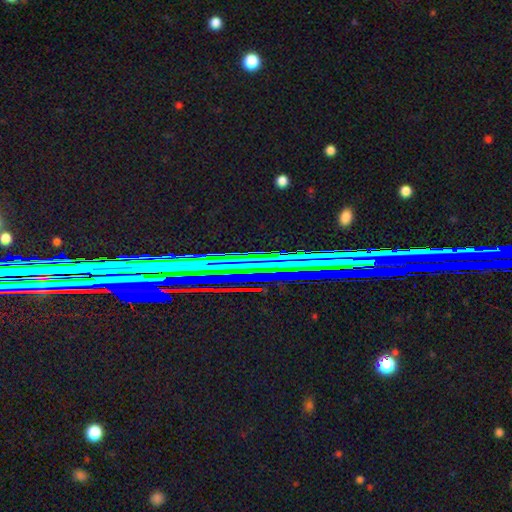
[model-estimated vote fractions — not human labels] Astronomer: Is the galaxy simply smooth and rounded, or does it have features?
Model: star or artifact — 73%.